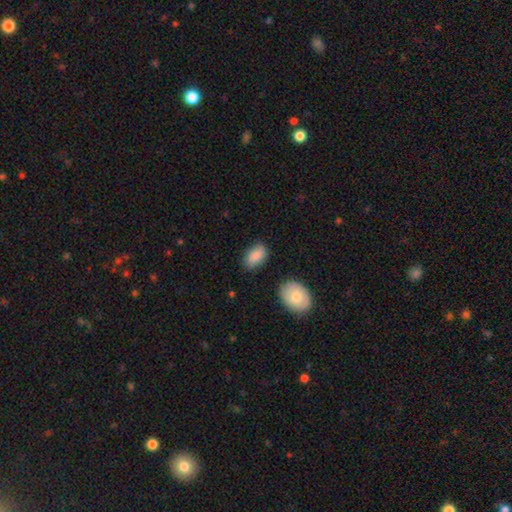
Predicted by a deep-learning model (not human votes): smooth_or_featured: smooth (p=0.86) [alt: featured or disk p=0.07]
how_rounded: in between (p=0.92) [alt: round p=0.06]
merging: none (p=0.75) [alt: minor disturbance p=0.19]